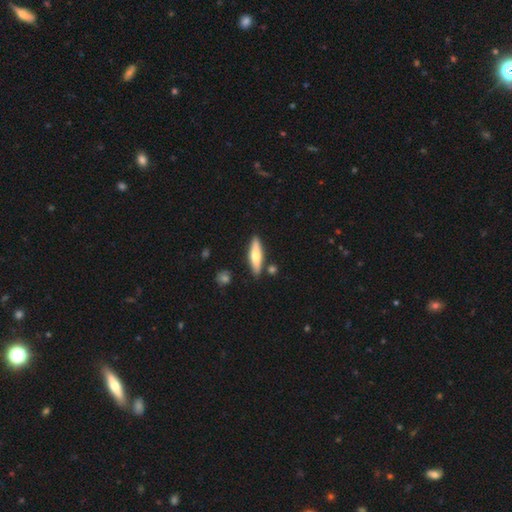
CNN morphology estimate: Q: Smooth or featured?
A: smooth (63%); runner-up: featured or disk (31%)
Q: How rounded?
A: cigar-shaped (70%); runner-up: in between (28%)
Q: Merging?
A: none (83%); runner-up: minor disturbance (10%)